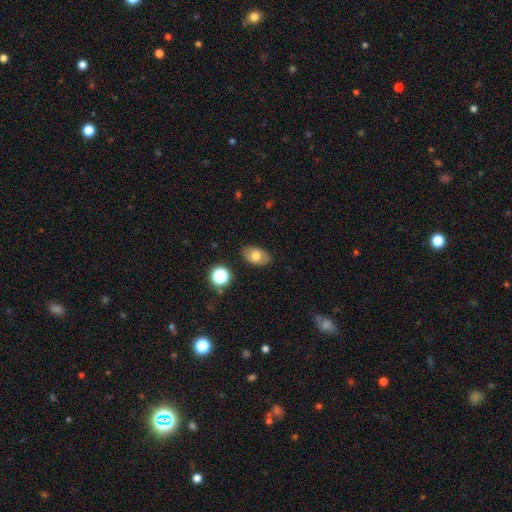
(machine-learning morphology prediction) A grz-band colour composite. It shows a smooth galaxy with no disk features (73%) that is in between round and cigar-shaped (89%). Merging: none (84%).